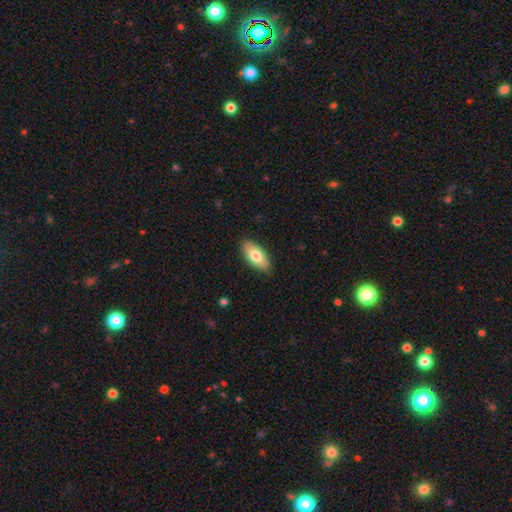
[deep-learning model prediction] Q: Smooth or featured?
A: smooth (78%); runner-up: featured or disk (16%)
Q: How rounded?
A: in between (89%); runner-up: cigar-shaped (9%)
Q: Merging?
A: none (89%); runner-up: minor disturbance (9%)